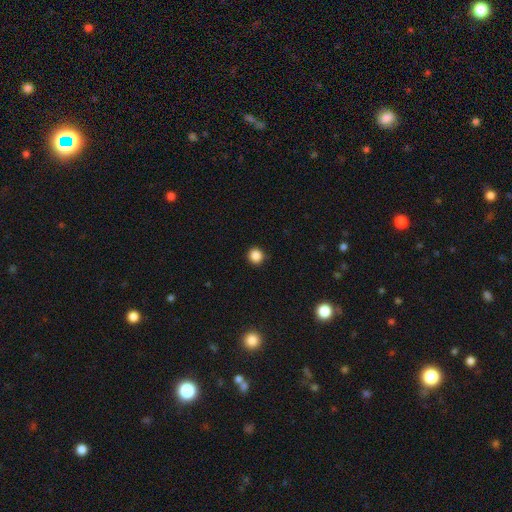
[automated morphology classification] A smooth galaxy with no disk features (87%) that is round (93%).

Vote fractions:
- Smooth or featured? smooth: 87% / star or artifact: 11% / featured or disk: 3%
- How rounded? round: 93% / in between: 6% / cigar-shaped: 1%
- Merging? none: 92% / minor disturbance: 6% / major disturbance: 2% / merger: 1%